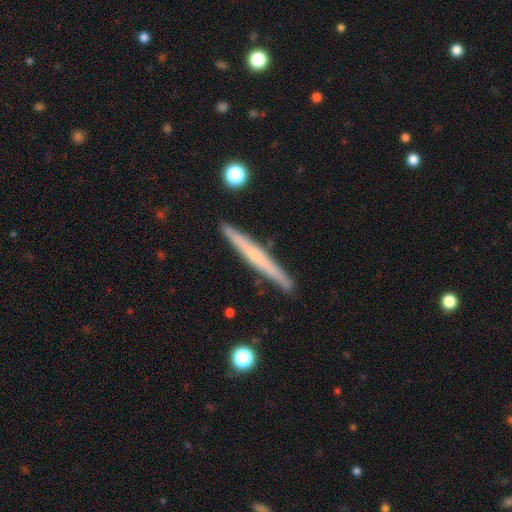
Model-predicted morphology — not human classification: Overall: featured or disk (51%; smooth 43%). Edge-on disk: yes (96%). Merging: none (88%).